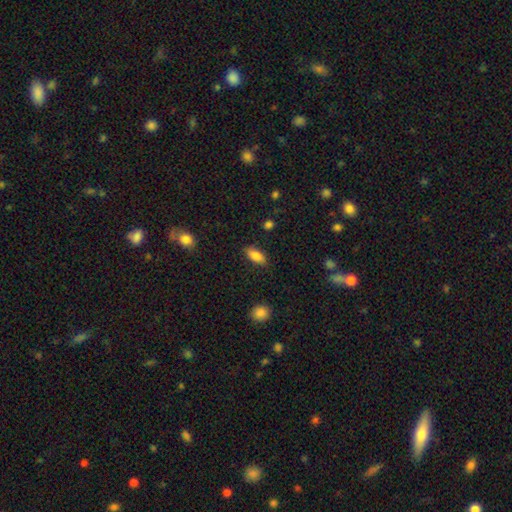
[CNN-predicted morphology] This appears to be a smooth galaxy with no disk features (82%) that is in between round and cigar-shaped (83%). Merging: none (85%).